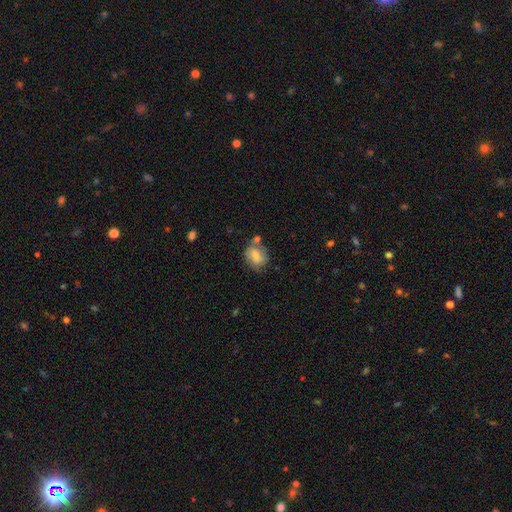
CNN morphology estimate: Overall: smooth (68%). How rounded: in between (54%; round 44%). Merging: none (54%; minor disturbance 23%).